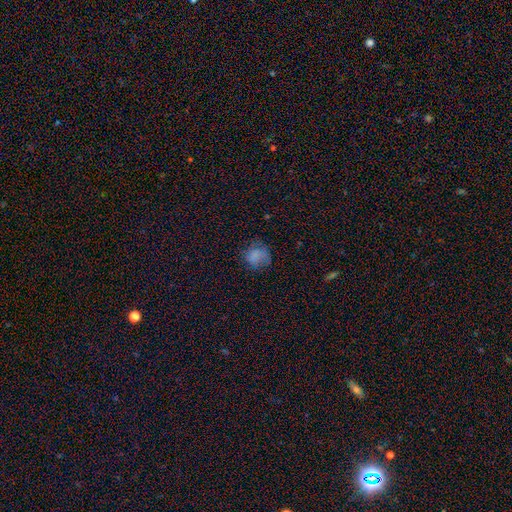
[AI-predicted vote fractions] Morphology: type=smooth (71%); roundness=round (74%); merging=none (55%).